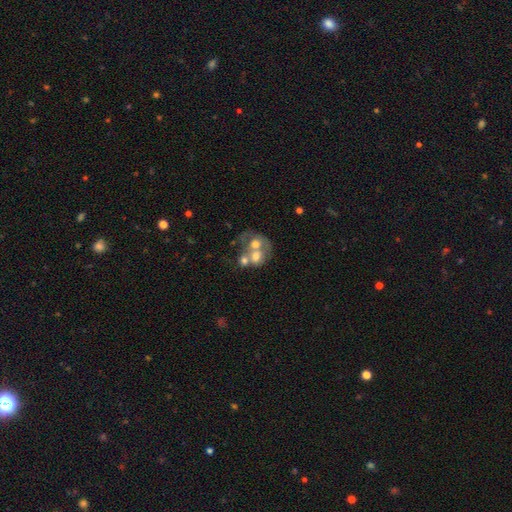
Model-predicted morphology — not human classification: Smooth or featured? smooth (49%)
Merging? merger (64%)